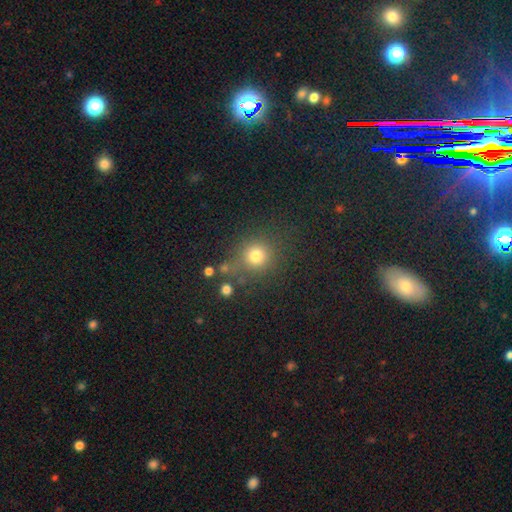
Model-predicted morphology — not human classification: smooth-or-featured: smooth: 76% | star or artifact: 17% | featured or disk: 7%
  how-rounded: round: 90% | in between: 9% | cigar-shaped: 1%
  merging: none: 74% | minor disturbance: 12% | merger: 7% | major disturbance: 6%